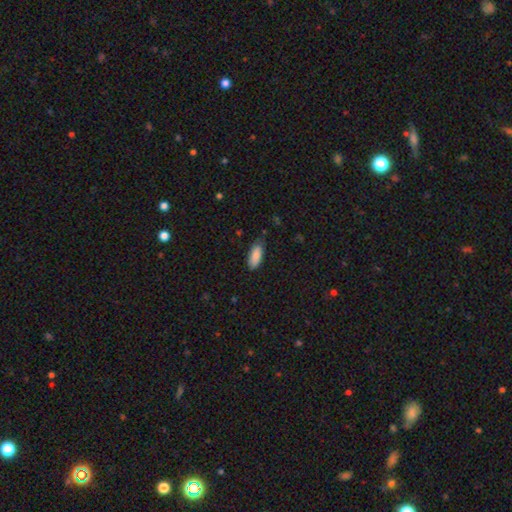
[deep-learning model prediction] Smooth or featured?
  - smooth: 87% *
  - featured or disk: 7%
  - star or artifact: 6%
How rounded?
  - in between: 81% *
  - cigar-shaped: 17%
  - round: 2%
Merging?
  - none: 75% *
  - minor disturbance: 20%
  - major disturbance: 3%
  - merger: 1%